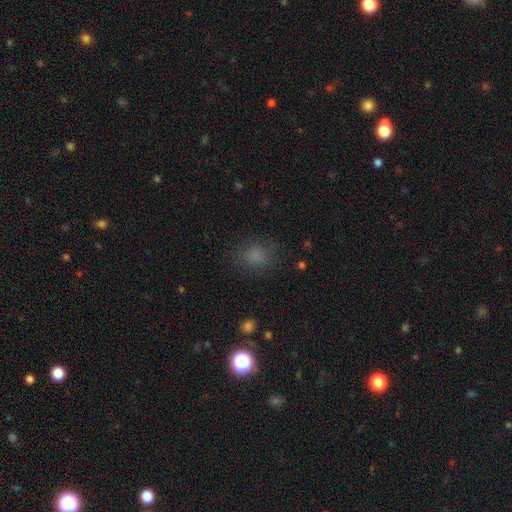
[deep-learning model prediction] This is likely a smooth galaxy (76%). How rounded: possibly round (50%). Merging: likely none (79%).